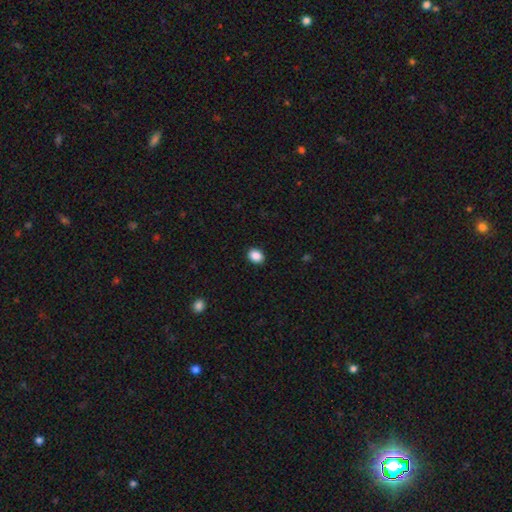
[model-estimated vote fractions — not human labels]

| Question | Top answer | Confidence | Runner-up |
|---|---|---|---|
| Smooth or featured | smooth | 89% | star or artifact (8%) |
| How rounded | in between | 58% | round (41%) |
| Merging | none | 90% | minor disturbance (7%) |